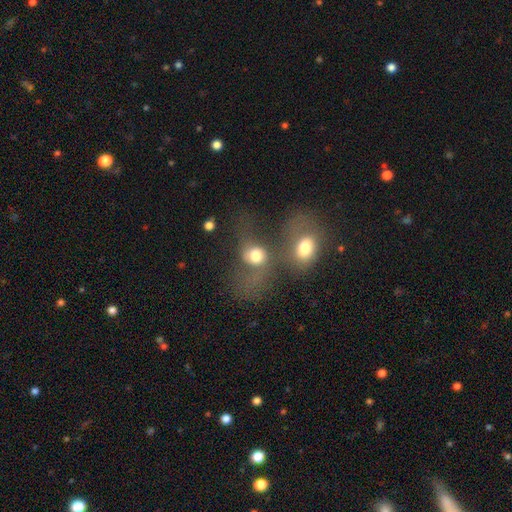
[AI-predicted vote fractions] smooth_or_featured: smooth (p=0.66) [alt: featured or disk p=0.22]
how_rounded: round (p=0.61) [alt: in between p=0.38]
merging: merger (p=0.62) [alt: major disturbance p=0.17]